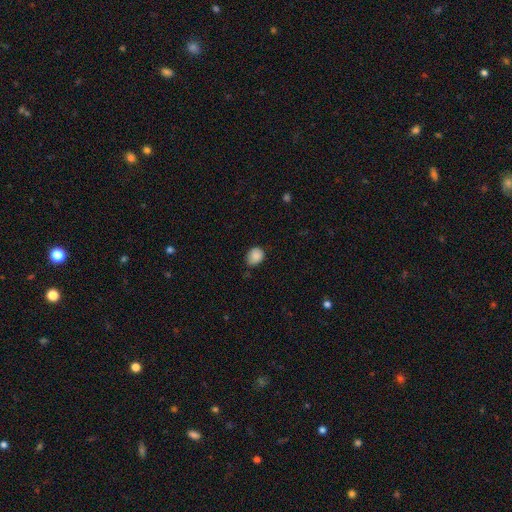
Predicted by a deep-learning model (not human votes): Smooth or featured: smooth — 88% (star or artifact — 8%)
How rounded: in between — 50% (round — 49%)
Merging: none — 69% (minor disturbance — 26%)